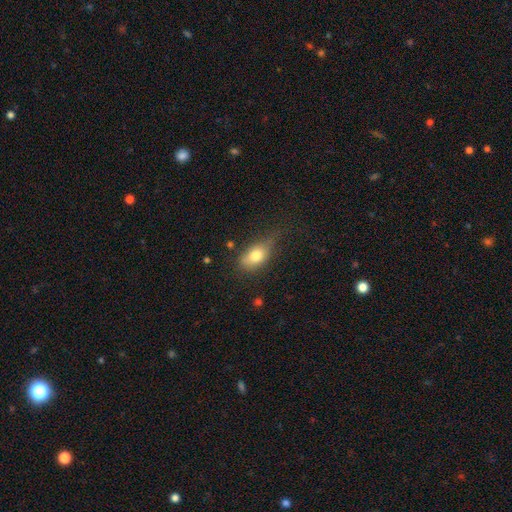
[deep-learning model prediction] smooth_or_featured: smooth (p=0.77) [alt: featured or disk p=0.14]
how_rounded: in between (p=0.85) [alt: round p=0.11]
merging: none (p=0.51) [alt: minor disturbance p=0.33]